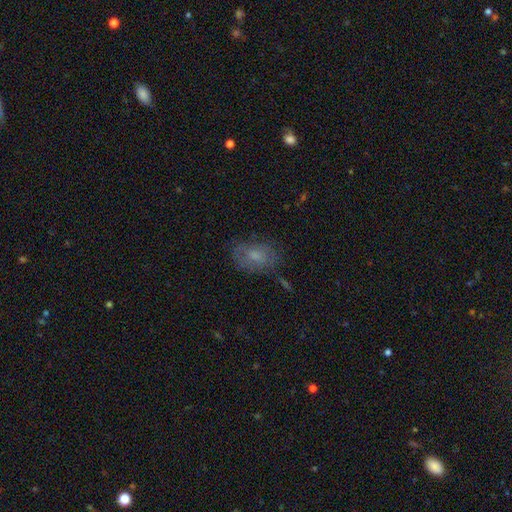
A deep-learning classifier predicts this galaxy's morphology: The model was most divided on "smooth or featured": smooth: 59%, featured or disk: 29%, star or artifact: 12%. More confident: how rounded — in between (81%); merging — none (65%).